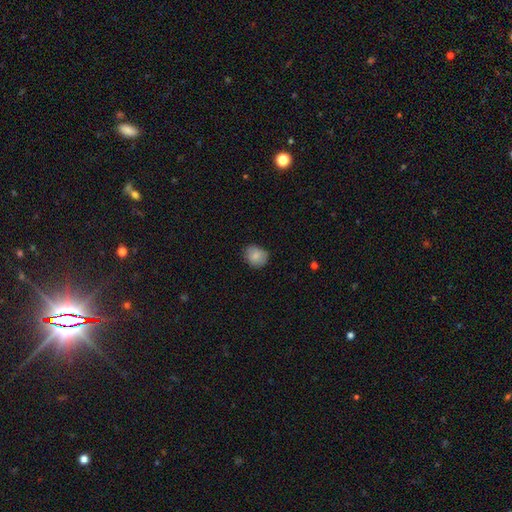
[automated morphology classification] smooth_or_featured: smooth (p=0.85) [alt: star or artifact p=0.08]
how_rounded: round (p=0.59) [alt: in between p=0.40]
merging: none (p=0.77) [alt: minor disturbance p=0.18]